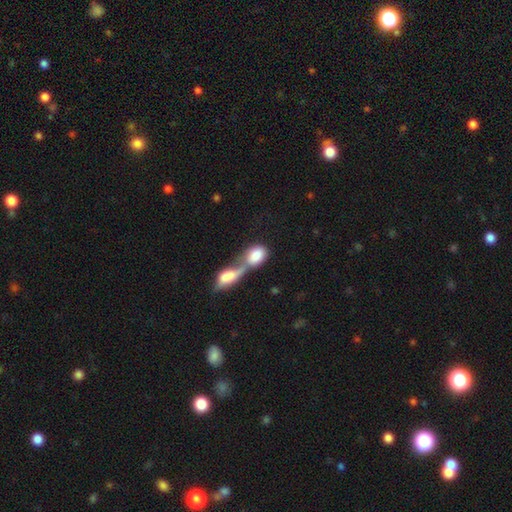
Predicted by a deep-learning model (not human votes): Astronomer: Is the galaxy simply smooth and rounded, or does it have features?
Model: smooth — 78%.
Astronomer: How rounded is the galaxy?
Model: in between — 76%.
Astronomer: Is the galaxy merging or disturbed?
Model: merger — 75%.